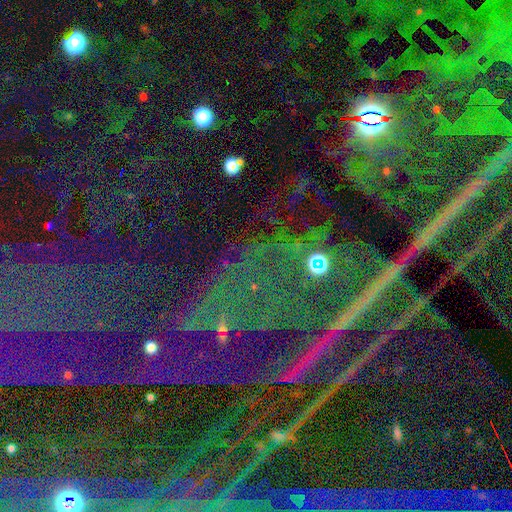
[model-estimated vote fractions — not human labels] This appears to be a star or artifact, not a galaxy (85%).